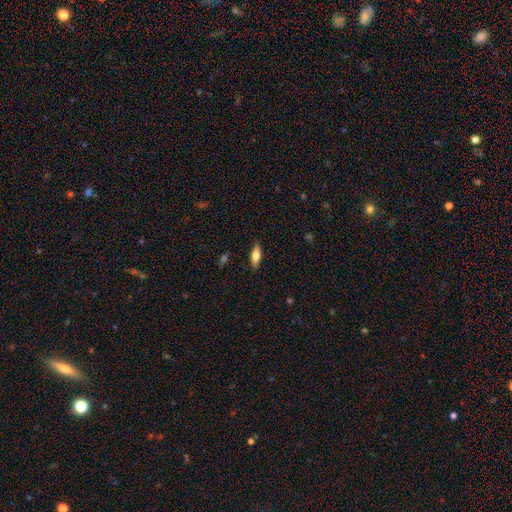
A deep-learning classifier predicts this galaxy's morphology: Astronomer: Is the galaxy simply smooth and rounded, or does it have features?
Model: smooth — 69%.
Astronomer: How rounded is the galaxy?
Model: in between — 60% (runner-up: cigar-shaped, 38%).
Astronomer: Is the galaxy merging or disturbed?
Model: none — 87%.